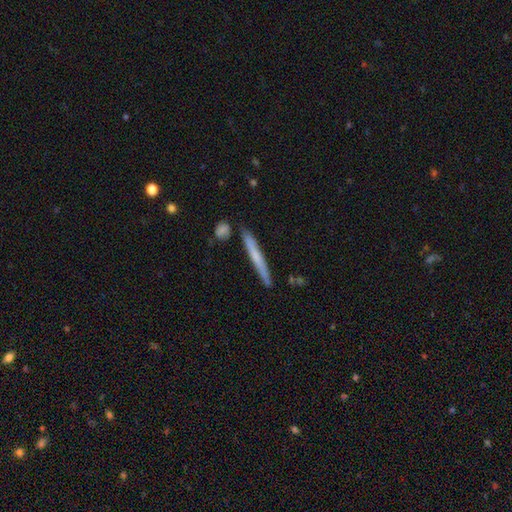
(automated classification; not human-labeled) Smooth or featured? Predicted: smooth (p=0.54). How rounded? Predicted: cigar-shaped (p=0.96). Merging? Predicted: none (p=0.85).